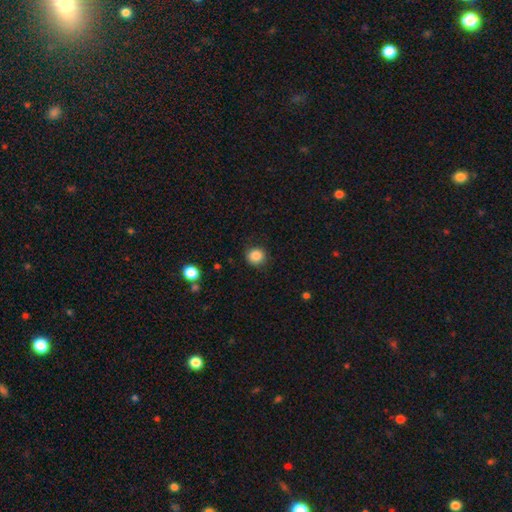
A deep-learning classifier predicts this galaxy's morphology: Smooth or featured? Predicted: smooth (p=0.85). How rounded? Predicted: round (p=0.91). Merging? Predicted: none (p=0.86).